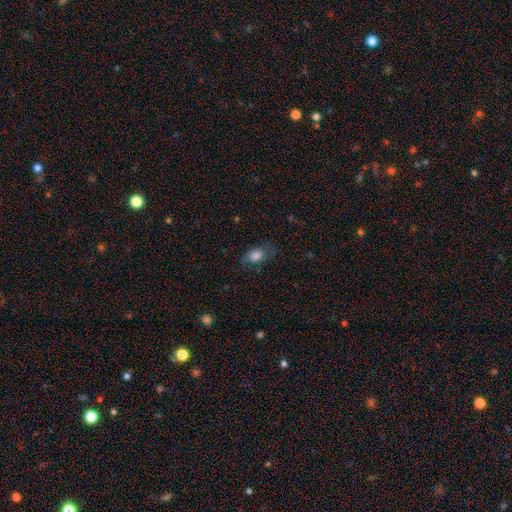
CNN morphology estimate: smooth 70%, featured or disk 21%, star or artifact 9%. Down the decision tree: how rounded — in between (85%); merging — none (65%).